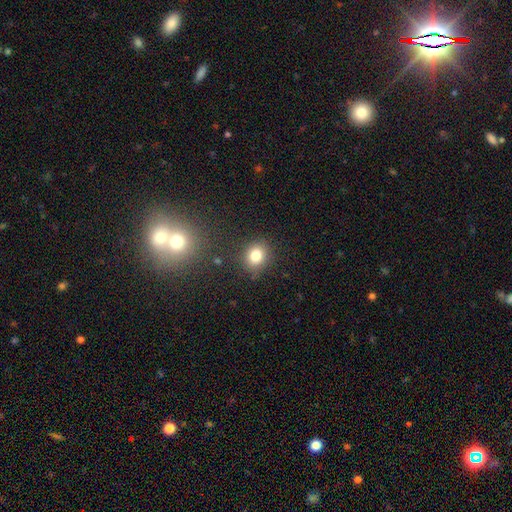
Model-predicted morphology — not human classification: This is clearly a smooth galaxy (80%). How rounded: likely round (68%). Merging: clearly none (84%).